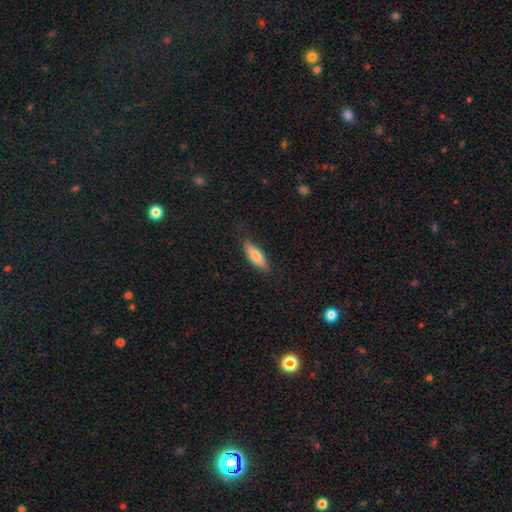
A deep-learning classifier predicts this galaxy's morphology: smooth 76%, featured or disk 18%, star or artifact 6%. Down the decision tree: how rounded — cigar-shaped (49%, tied with in between); merging — none (81%).